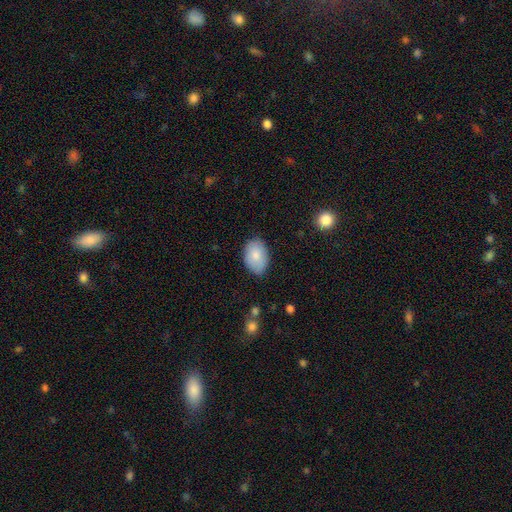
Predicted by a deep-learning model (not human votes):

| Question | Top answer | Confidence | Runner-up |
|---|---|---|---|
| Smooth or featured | smooth | 82% | featured or disk (11%) |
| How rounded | in between | 87% | round (12%) |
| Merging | none | 77% | minor disturbance (18%) |